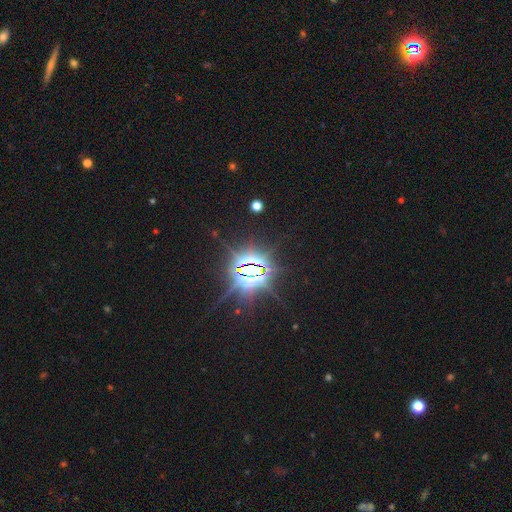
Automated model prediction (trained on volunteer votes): smooth_or_featured: star or artifact (p=0.87) [alt: featured or disk p=0.08]